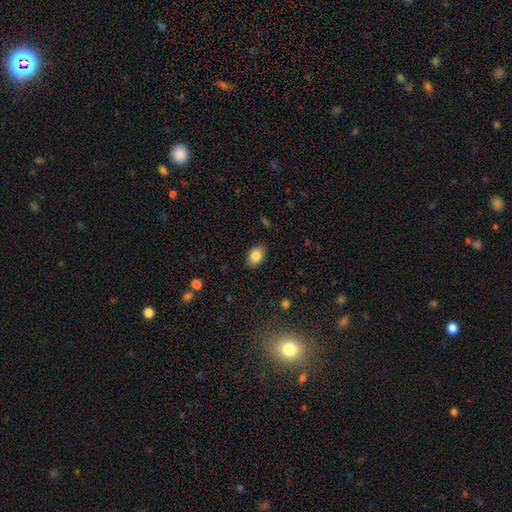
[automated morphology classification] Overall: smooth (85%). How rounded: in between (84%). Merging: none (86%).